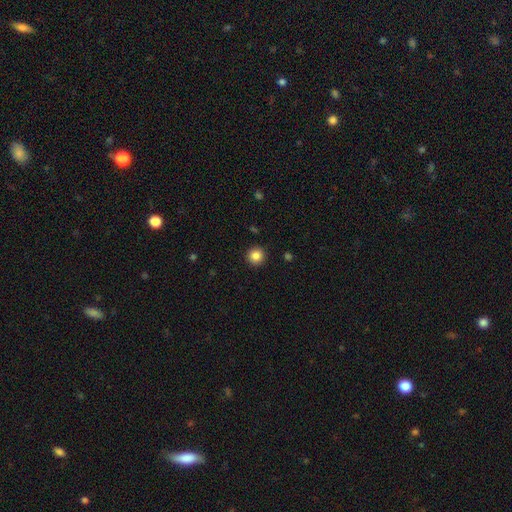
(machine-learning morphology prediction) Smooth or featured? Predicted: smooth (p=0.86). How rounded? Predicted: round (p=0.95). Merging? Predicted: none (p=0.92).